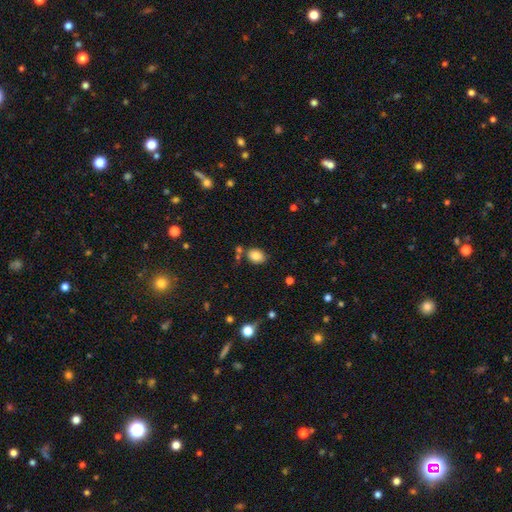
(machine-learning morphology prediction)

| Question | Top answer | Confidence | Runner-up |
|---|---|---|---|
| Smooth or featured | smooth | 83% | star or artifact (10%) |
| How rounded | in between | 67% | round (32%) |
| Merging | none | 73% | minor disturbance (13%) |